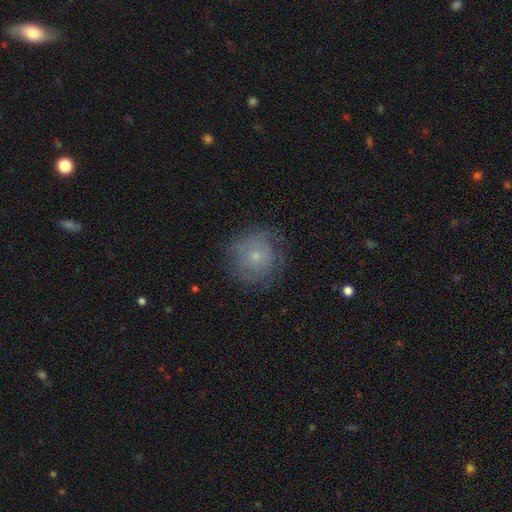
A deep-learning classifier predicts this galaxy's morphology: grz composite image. It shows a smooth galaxy with no disk features (48%). Merging: none (72%).